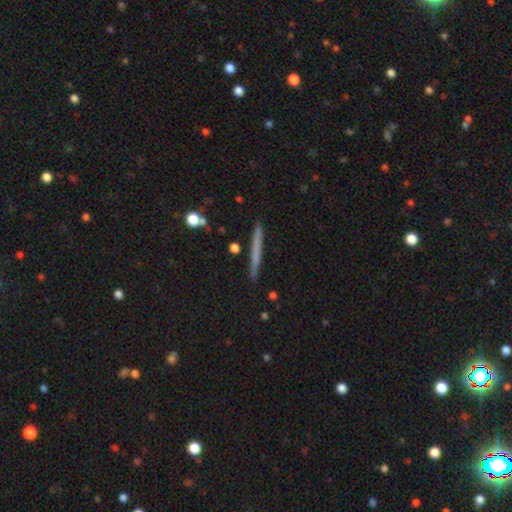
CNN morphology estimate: Smooth or featured?
  - smooth: 53% *
  - featured or disk: 40%
  - star or artifact: 7%
How rounded?
  - cigar-shaped: 96% *
  - round: 2%
  - in between: 2%
Merging?
  - none: 91% *
  - minor disturbance: 6%
  - merger: 1%
  - major disturbance: 1%